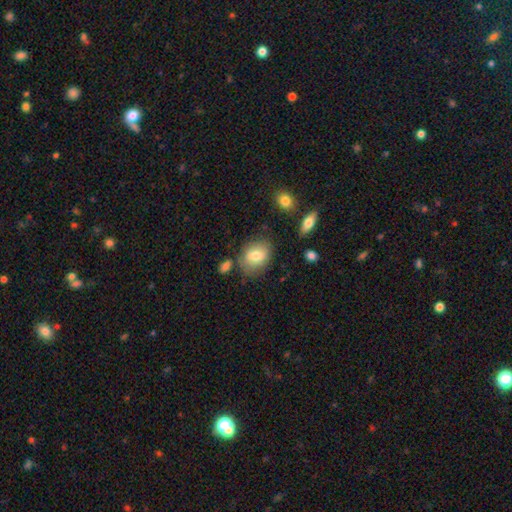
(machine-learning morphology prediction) Smooth or featured? smooth (76%)
How rounded? in between (59%)
Merging? none (71%)